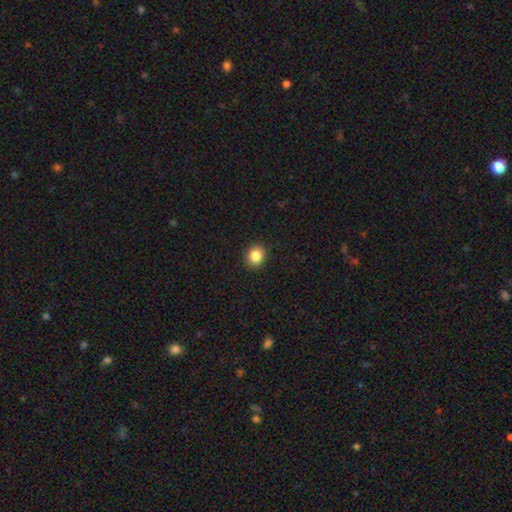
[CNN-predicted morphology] type=smooth (86%); roundness=round (72%); merging=none (91%).